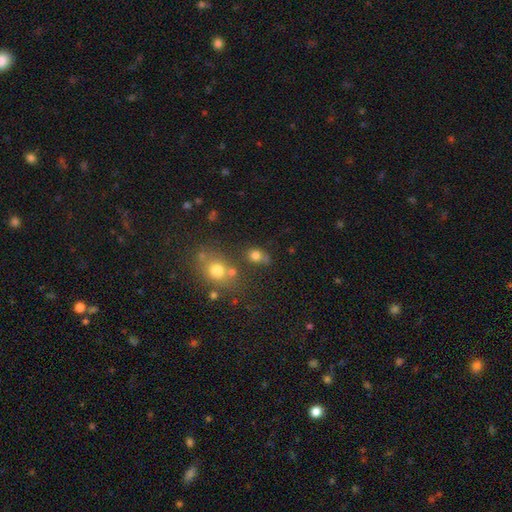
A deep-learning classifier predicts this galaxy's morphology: Smooth or featured? Predicted: smooth (p=0.75). How rounded? Predicted: round (p=0.68). Merging? Predicted: none (p=0.58).